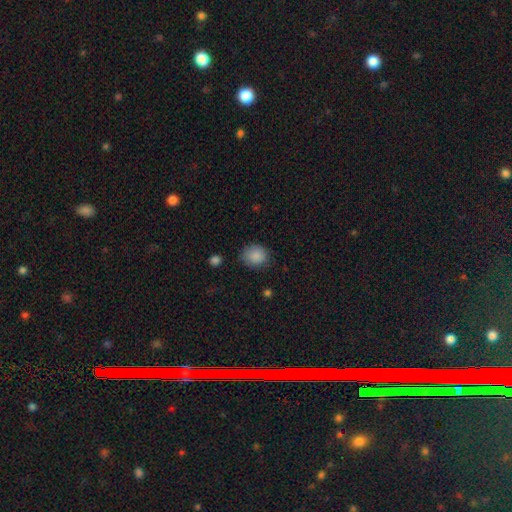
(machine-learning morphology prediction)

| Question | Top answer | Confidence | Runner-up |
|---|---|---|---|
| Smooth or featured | smooth | 87% | star or artifact (9%) |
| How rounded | round | 70% | in between (29%) |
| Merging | none | 78% | minor disturbance (16%) |